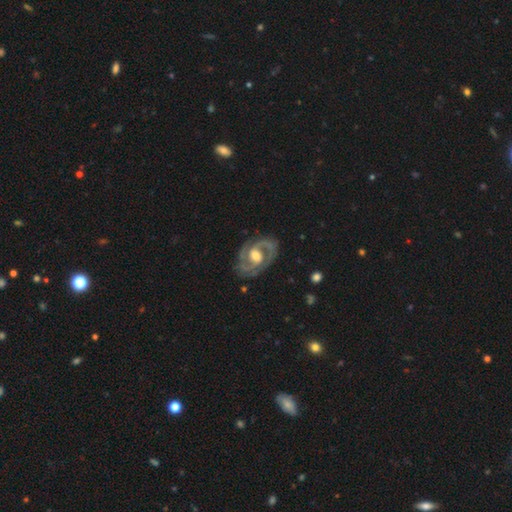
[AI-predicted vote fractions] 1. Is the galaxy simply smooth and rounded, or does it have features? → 91% featured or disk, 5% smooth, 4% star or artifact.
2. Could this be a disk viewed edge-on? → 97% no, 3% yes.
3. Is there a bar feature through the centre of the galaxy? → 46% no, 40% weak, 14% strong.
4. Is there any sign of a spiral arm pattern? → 97% yes, 3% no.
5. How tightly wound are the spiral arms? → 50% medium, 42% tight, 8% loose.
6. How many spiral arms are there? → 86% 2, 5% 3, 4% can't tell, 2% 1, 1% 4, 1% more than 4.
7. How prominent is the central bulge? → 71% moderate, 15% small, 12% large, 1% none, 1% dominant.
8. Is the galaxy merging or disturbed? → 80% none, 14% minor disturbance, 4% major disturbance, 1% merger.